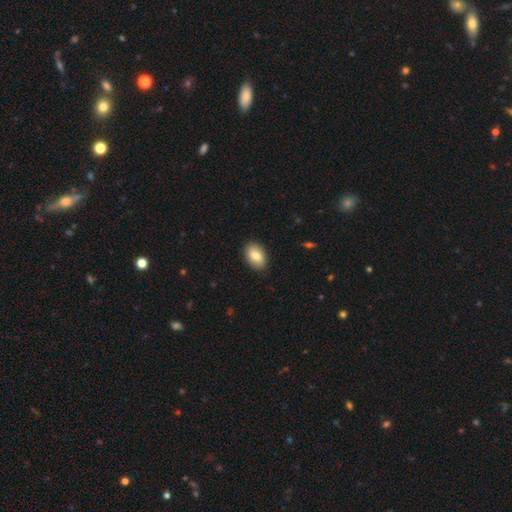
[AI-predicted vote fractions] Smooth or featured: smooth — 83% (featured or disk — 11%)
How rounded: in between — 90% (round — 9%)
Merging: none — 89% (minor disturbance — 9%)